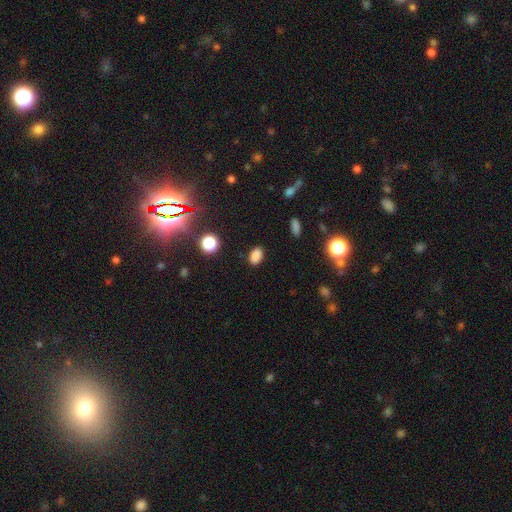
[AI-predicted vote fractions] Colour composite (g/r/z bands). It shows a smooth galaxy with no disk features (83%) that is in between round and cigar-shaped (85%). Merging: none (86%).